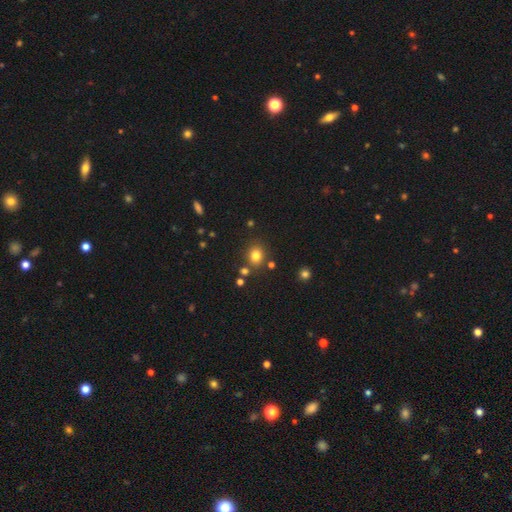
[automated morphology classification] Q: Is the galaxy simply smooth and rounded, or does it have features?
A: smooth — 79%.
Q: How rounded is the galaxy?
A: round — 69%.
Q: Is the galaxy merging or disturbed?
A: none — 80%.